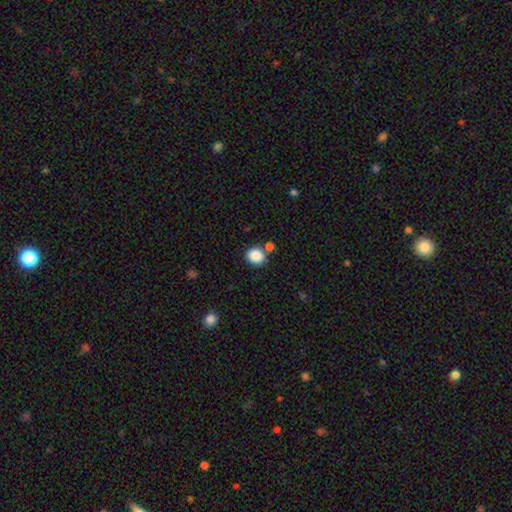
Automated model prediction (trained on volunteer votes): The model was most divided on "how rounded": round: 76%, in between: 24%, cigar-shaped: 1%. More confident: smooth or featured — smooth (87%); merging — none (76%).